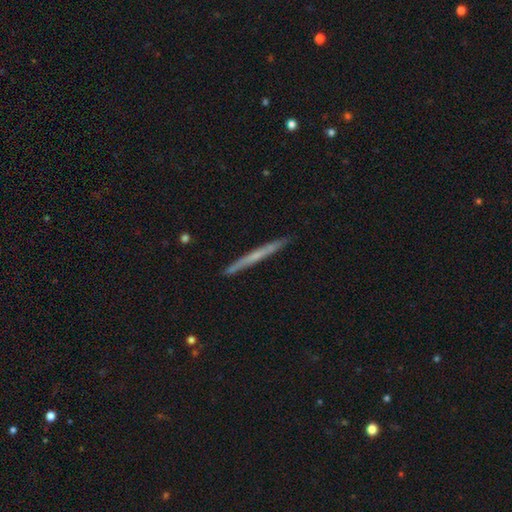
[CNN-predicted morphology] A featured or disk galaxy (52%) viewed edge-on (97%) with no central bulge (81%).

Vote fractions:
- Smooth or featured? featured or disk: 52% / smooth: 42% / star or artifact: 6%
- Edge-on disk? yes: 97% / no: 3%
- Edge-on bulge? none: 81% / rounded: 15% / boxy: 4%
- Merging? none: 91% / minor disturbance: 6% / major disturbance: 1% / merger: 1%